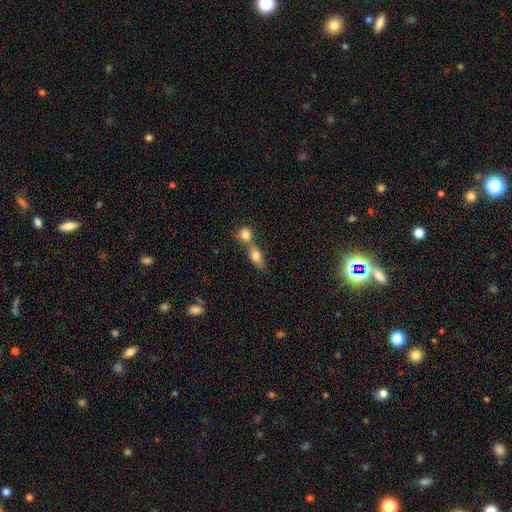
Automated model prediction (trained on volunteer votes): Morphology: type=smooth (78%); roundness=in between (72%); merging=merger (53%).